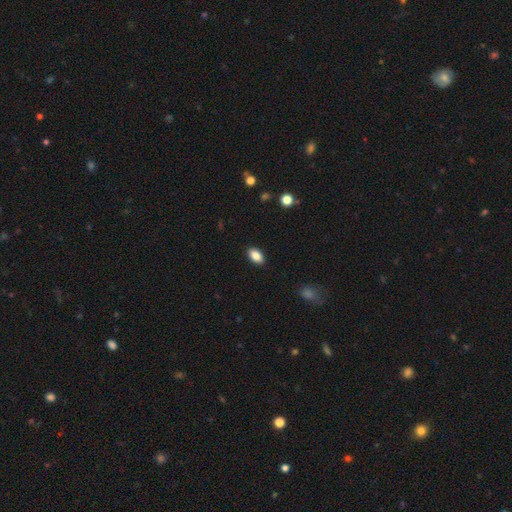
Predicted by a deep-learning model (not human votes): smooth-or-featured: smooth: 87% | star or artifact: 8% | featured or disk: 5%
  how-rounded: in between: 91% | round: 6% | cigar-shaped: 3%
  merging: none: 89% | minor disturbance: 8% | major disturbance: 2% | merger: 1%